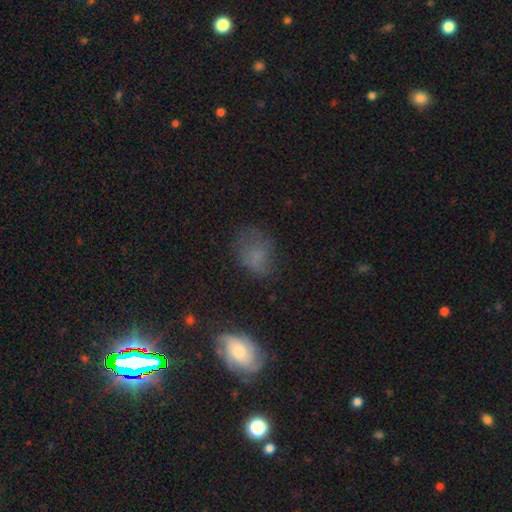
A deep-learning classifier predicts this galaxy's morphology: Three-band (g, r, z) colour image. It shows a smooth galaxy with no disk features (59%) that is in between round and cigar-shaped (66%). Merging: none (49%).